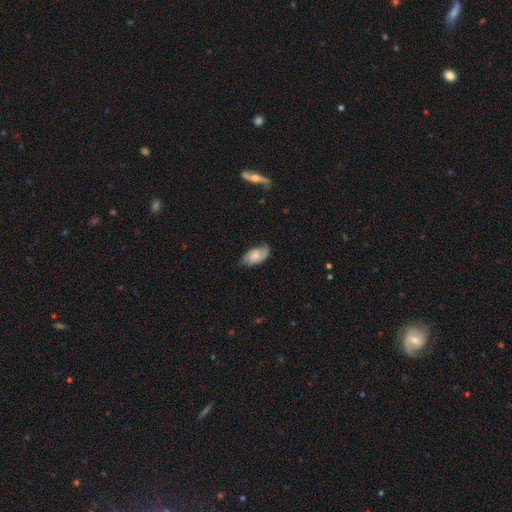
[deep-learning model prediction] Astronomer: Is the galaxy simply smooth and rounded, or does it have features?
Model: smooth — 62%.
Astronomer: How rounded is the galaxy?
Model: in between — 93%.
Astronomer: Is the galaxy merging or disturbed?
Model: none — 65%.